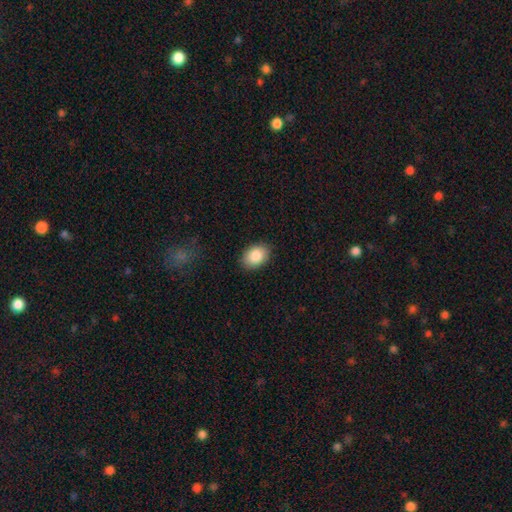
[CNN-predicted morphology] smooth-or-featured: smooth: 86% | star or artifact: 7% | featured or disk: 6%
  how-rounded: in between: 80% | round: 19% | cigar-shaped: 1%
  merging: none: 87% | minor disturbance: 10% | major disturbance: 2% | merger: 1%